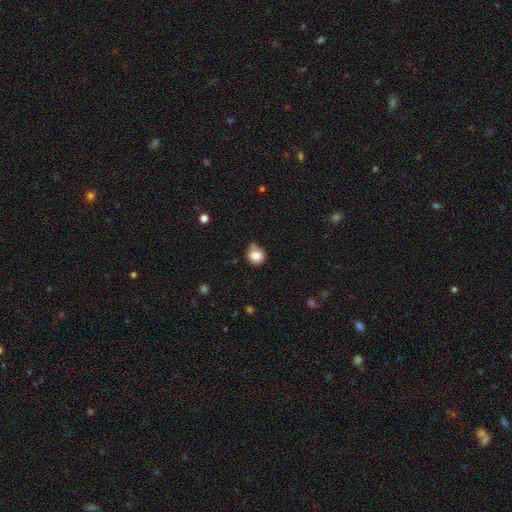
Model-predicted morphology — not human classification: A smooth galaxy with no disk features (81%) that is round (89%). Merging: none (66%).